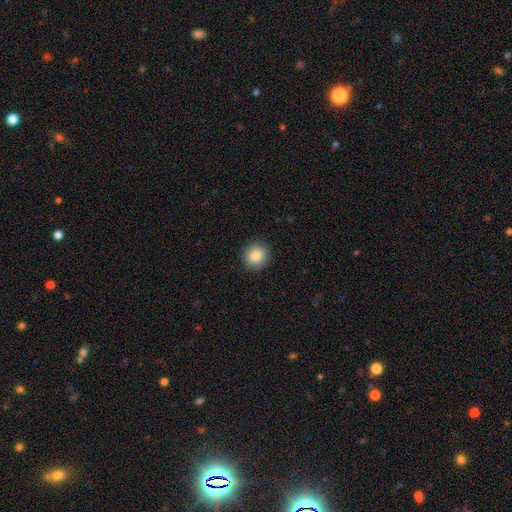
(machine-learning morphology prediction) Smooth or featured?
  - smooth: 85% *
  - star or artifact: 9%
  - featured or disk: 6%
How rounded?
  - round: 91% *
  - in between: 8%
  - cigar-shaped: 1%
Merging?
  - none: 92% *
  - minor disturbance: 6%
  - major disturbance: 2%
  - merger: 1%